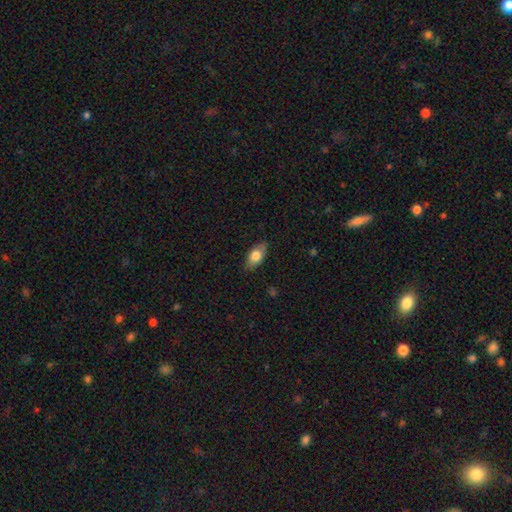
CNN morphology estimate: Smooth or featured? smooth (75%)
How rounded? in between (89%)
Merging? none (83%)